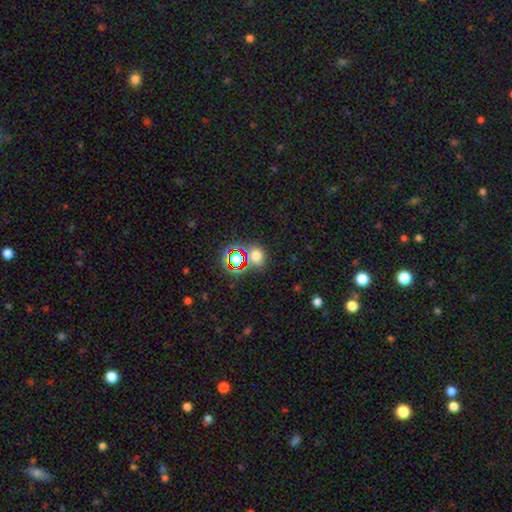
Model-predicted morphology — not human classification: type=smooth (60%); roundness=round (66%); merging=none (69%).